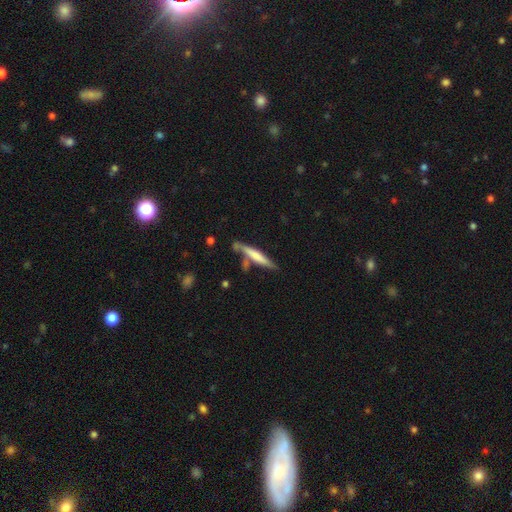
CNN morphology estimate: smooth-or-featured: smooth: 55% | featured or disk: 40% | star or artifact: 6%
  how-rounded: cigar-shaped: 91% | in between: 7% | round: 1%
  merging: none: 63% | minor disturbance: 18% | merger: 14% | major disturbance: 5%